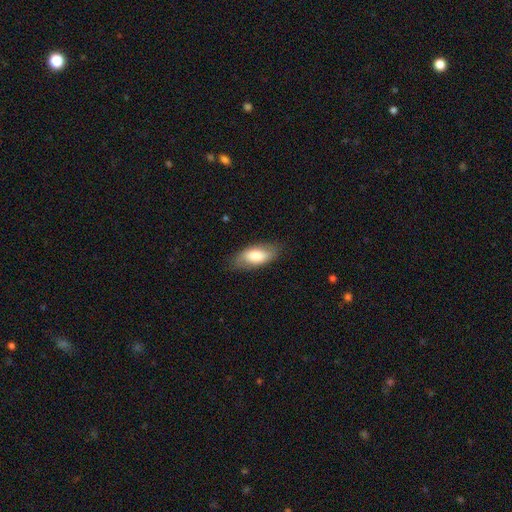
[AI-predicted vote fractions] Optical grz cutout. It shows a smooth galaxy with no disk features (75%) that is in between round and cigar-shaped (89%). Merging: none (78%).